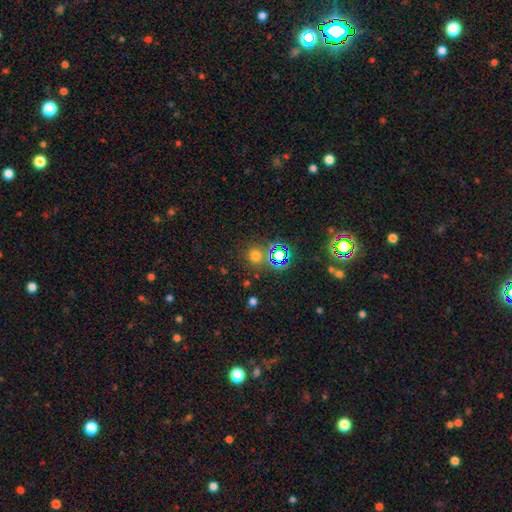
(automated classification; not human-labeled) smooth-or-featured: smooth: 61% | star or artifact: 33% | featured or disk: 7%
  how-rounded: round: 89% | in between: 10% | cigar-shaped: 1%
  merging: none: 75% | merger: 12% | minor disturbance: 9% | major disturbance: 4%